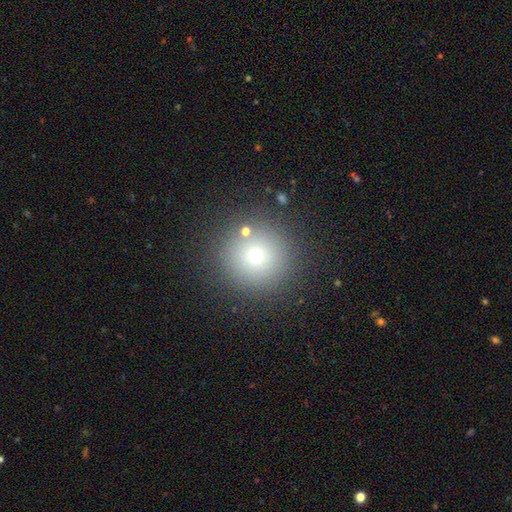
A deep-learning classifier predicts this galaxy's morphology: A smooth galaxy with no disk features (70%) that is round (95%).

Vote fractions:
- Smooth or featured? smooth: 70% / star or artifact: 19% / featured or disk: 11%
- How rounded? round: 95% / in between: 4% / cigar-shaped: 1%
- Merging? none: 86% / minor disturbance: 7% / merger: 4% / major disturbance: 4%